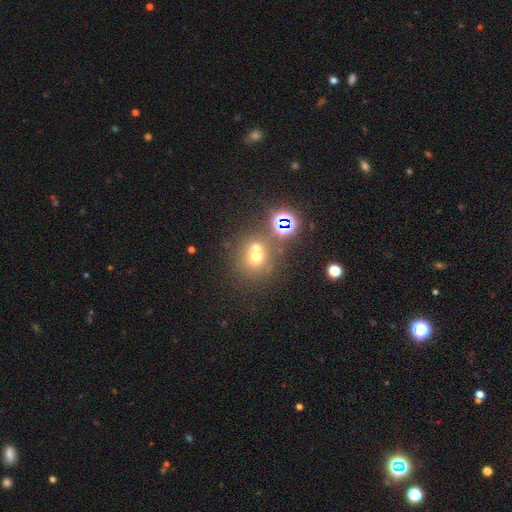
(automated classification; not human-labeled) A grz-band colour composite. It shows a smooth galaxy with no disk features (59%) that is round (83%). Merging: none (46%).